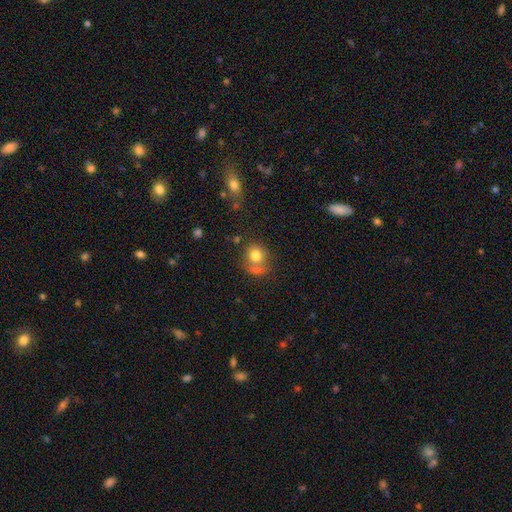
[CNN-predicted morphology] type=smooth (78%); roundness=round (77%); merging=none (52%).